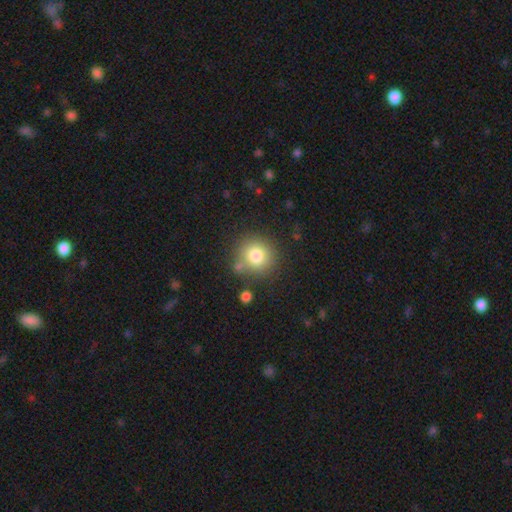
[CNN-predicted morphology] Smooth or featured: smooth — 80% (star or artifact — 11%)
How rounded: round — 91% (in between — 8%)
Merging: none — 76% (minor disturbance — 11%)